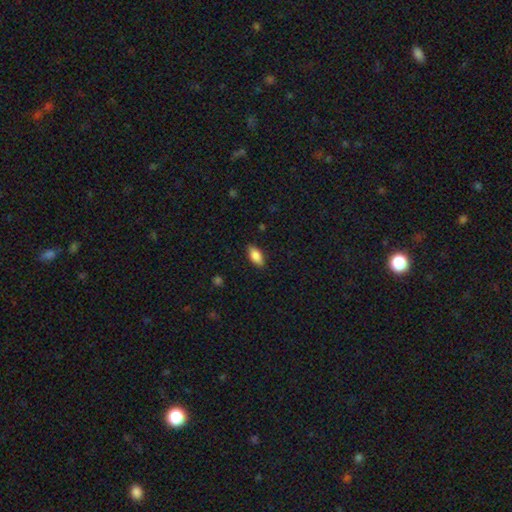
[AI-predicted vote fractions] Smooth or featured: smooth — 83% (featured or disk — 10%)
How rounded: in between — 89% (cigar-shaped — 8%)
Merging: none — 86% (minor disturbance — 11%)